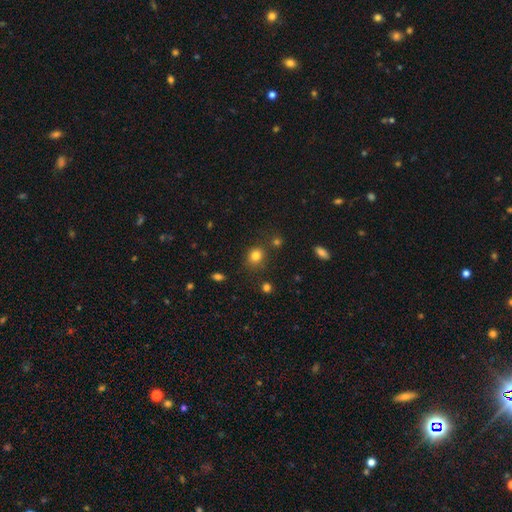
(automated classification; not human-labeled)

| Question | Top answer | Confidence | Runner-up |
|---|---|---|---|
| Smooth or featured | smooth | 80% | star or artifact (14%) |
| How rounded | round | 73% | in between (26%) |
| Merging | none | 76% | minor disturbance (13%) |